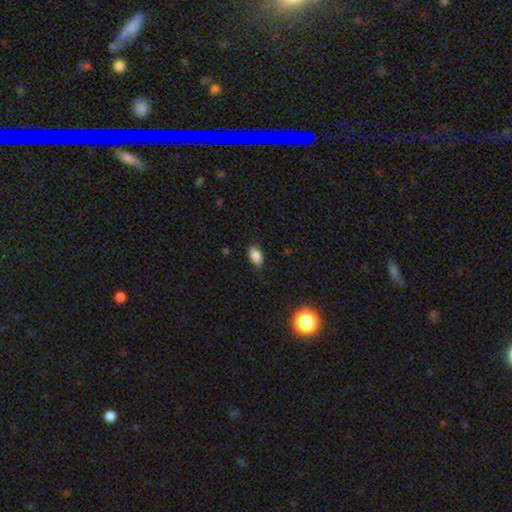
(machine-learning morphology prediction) Overall: smooth (86%). How rounded: in between (90%). Merging: none (83%).